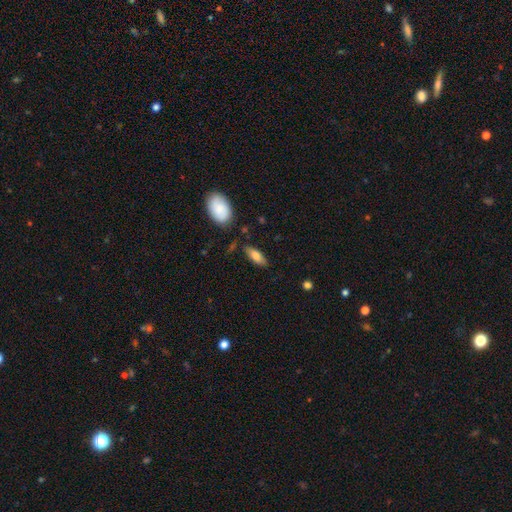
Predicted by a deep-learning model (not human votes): A smooth galaxy with no disk features (75%) that is in between round and cigar-shaped (72%).

Vote fractions:
- Smooth or featured? smooth: 75% / featured or disk: 18% / star or artifact: 7%
- How rounded? in between: 72% / cigar-shaped: 25% / round: 3%
- Merging? none: 77% / minor disturbance: 15% / major disturbance: 4% / merger: 4%